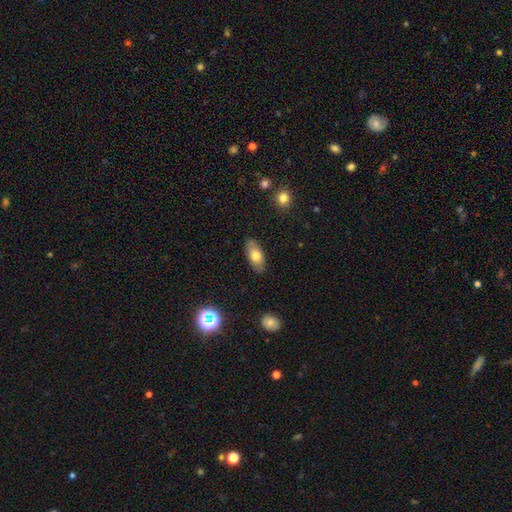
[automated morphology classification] smooth 73%, featured or disk 20%, star or artifact 7%. Down the decision tree: how rounded — in between (89%); merging — none (83%).